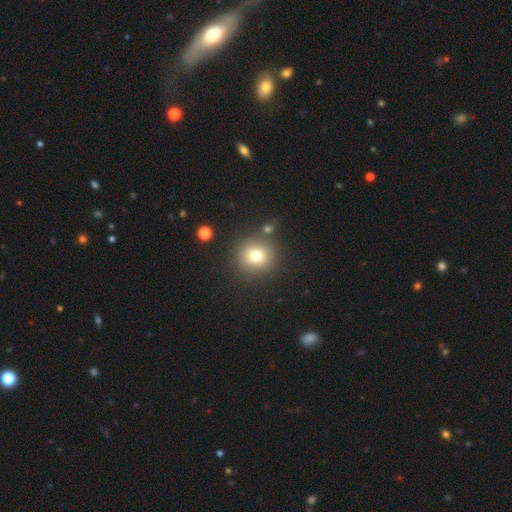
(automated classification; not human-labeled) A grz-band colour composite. It shows a smooth galaxy with no disk features (76%) that is round (90%). Merging: none (81%).